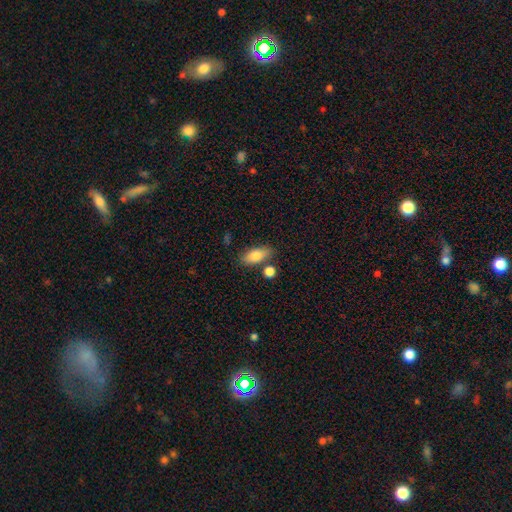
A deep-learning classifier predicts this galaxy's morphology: Q: Smooth or featured?
A: smooth (80%); runner-up: featured or disk (13%)
Q: How rounded?
A: in between (83%); runner-up: cigar-shaped (11%)
Q: Merging?
A: none (73%); runner-up: minor disturbance (13%)